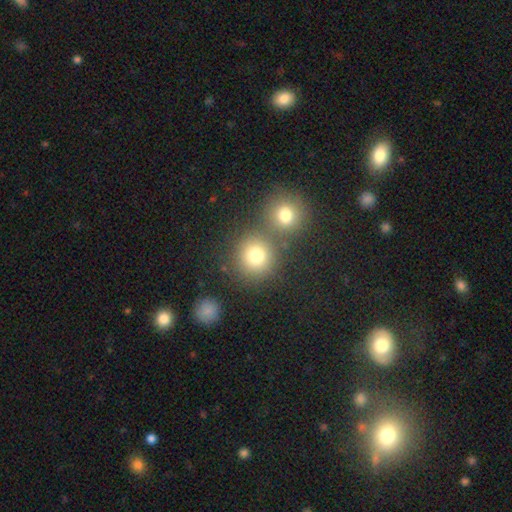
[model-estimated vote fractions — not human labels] Smooth or featured? Predicted: smooth (p=0.78). How rounded? Predicted: round (p=0.89). Merging? Predicted: none (p=0.61).